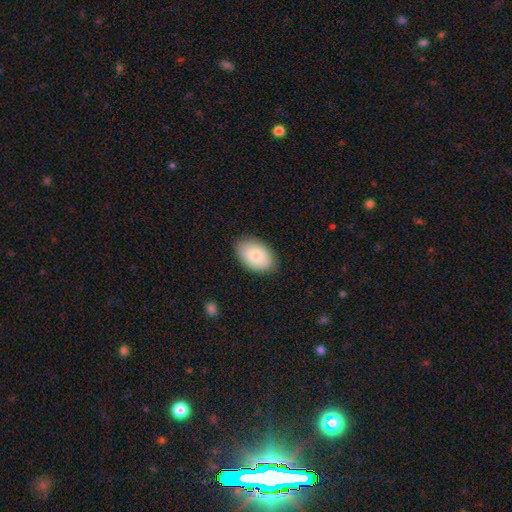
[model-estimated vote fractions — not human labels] smooth-or-featured: smooth: 81% | featured or disk: 13% | star or artifact: 6%
  how-rounded: in between: 91% | round: 8% | cigar-shaped: 1%
  merging: none: 85% | minor disturbance: 11% | major disturbance: 2% | merger: 1%